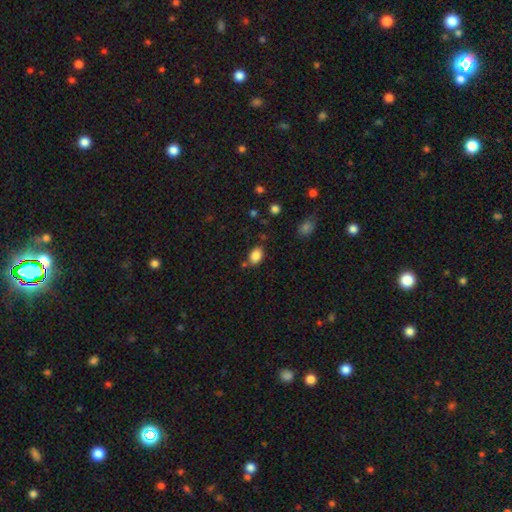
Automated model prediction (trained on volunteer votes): Morphology: type=smooth (86%); roundness=in between (79%); merging=none (72%).